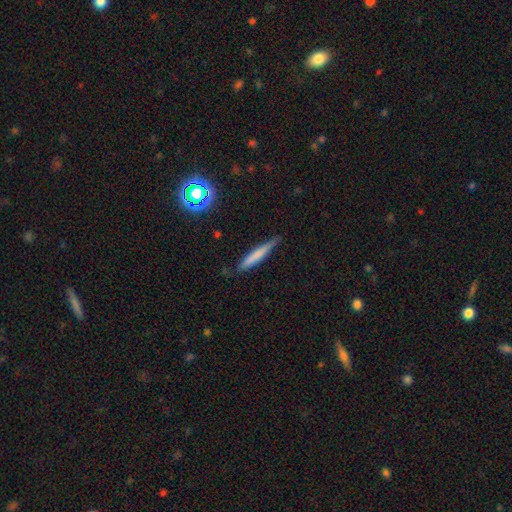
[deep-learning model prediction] A smooth galaxy with no disk features (65%) that is cigar-shaped (93%).

Vote fractions:
- Smooth or featured? smooth: 65% / featured or disk: 27% / star or artifact: 8%
- How rounded? cigar-shaped: 93% / in between: 6% / round: 1%
- Merging? none: 79% / minor disturbance: 17% / major disturbance: 3% / merger: 2%